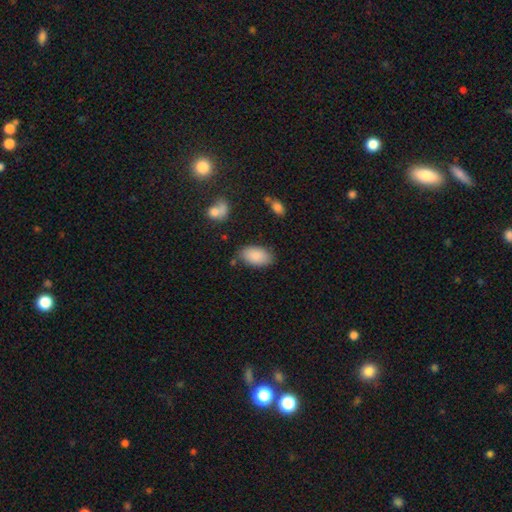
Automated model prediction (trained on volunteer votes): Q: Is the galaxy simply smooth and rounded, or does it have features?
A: smooth — 88%.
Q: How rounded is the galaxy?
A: in between — 94%.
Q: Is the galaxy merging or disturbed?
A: none — 79%.